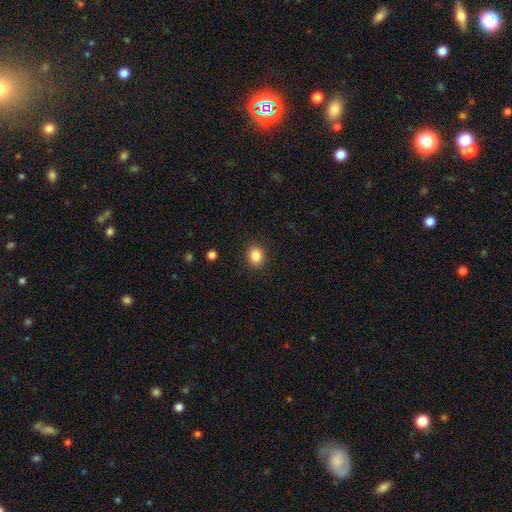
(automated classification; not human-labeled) smooth 86%, star or artifact 10%, featured or disk 4%. Down the decision tree: how rounded — round (69%); merging — none (90%).